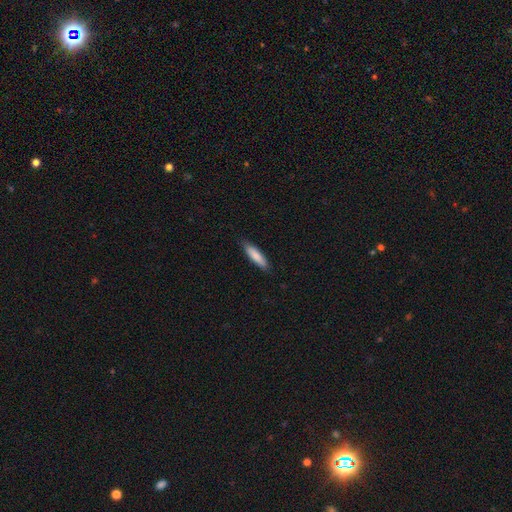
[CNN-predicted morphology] Overall: smooth (84%). How rounded: cigar-shaped (75%). Merging: none (85%).